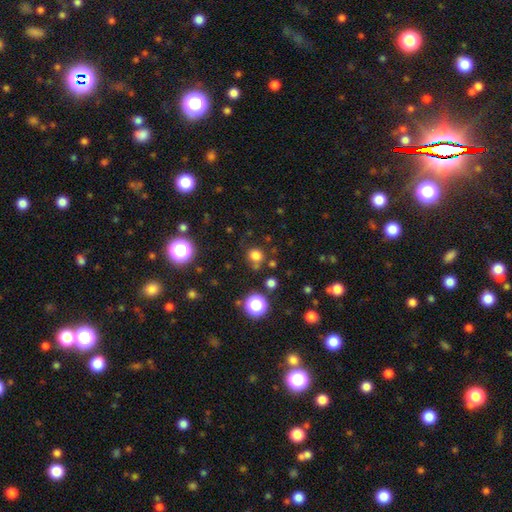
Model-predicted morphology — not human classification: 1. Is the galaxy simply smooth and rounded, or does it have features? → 76% smooth, 19% star or artifact, 5% featured or disk.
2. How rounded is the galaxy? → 88% round, 11% in between, 1% cigar-shaped.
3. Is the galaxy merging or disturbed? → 75% none, 13% minor disturbance, 8% merger, 5% major disturbance.